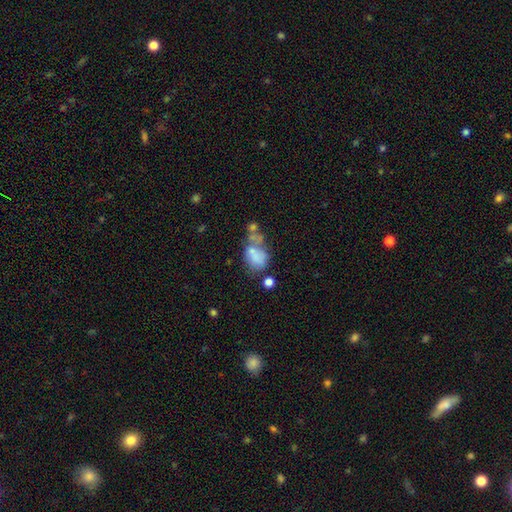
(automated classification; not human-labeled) This is possibly a smooth galaxy (59%). How rounded: likely in between (73%). Merging: marginally merger (38%).